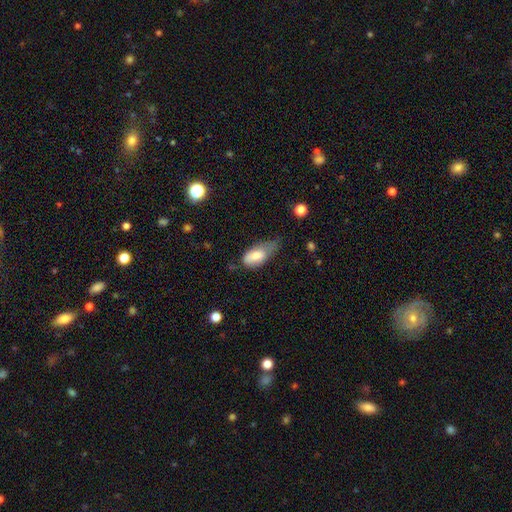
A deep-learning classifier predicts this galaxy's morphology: This appears to be a smooth galaxy with no disk features (77%) that is in between round and cigar-shaped (90%). Merging: minor disturbance (47%).